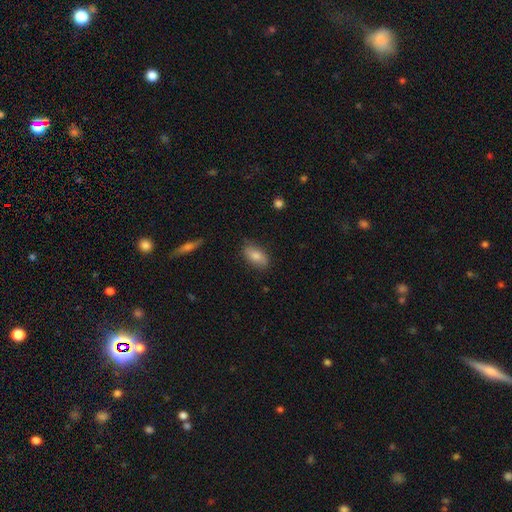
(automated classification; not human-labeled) A smooth galaxy with no disk features (78%) that is in between round and cigar-shaped (90%).

Vote fractions:
- Smooth or featured? smooth: 78% / featured or disk: 14% / star or artifact: 8%
- How rounded? in between: 90% / cigar-shaped: 5% / round: 5%
- Merging? none: 80% / minor disturbance: 16% / major disturbance: 3% / merger: 1%